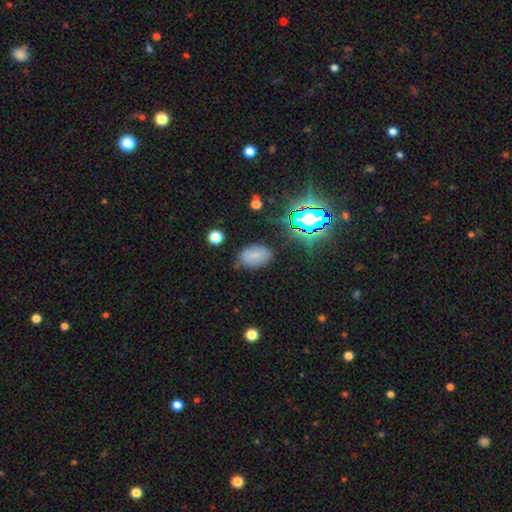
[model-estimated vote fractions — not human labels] A smooth galaxy with no disk features (71%) that is in between round and cigar-shaped (91%). Merging: none (74%).